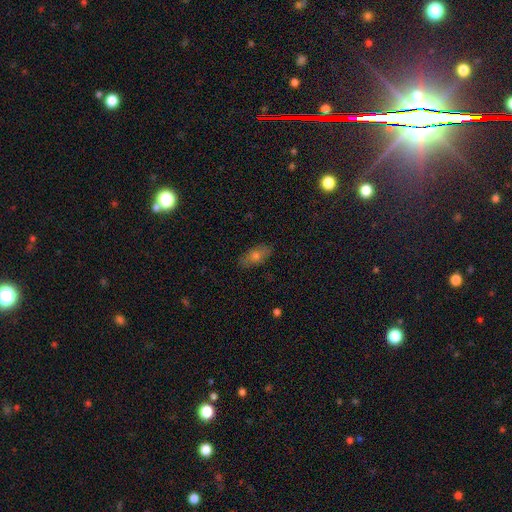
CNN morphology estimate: Smooth or featured: smooth — 64% (featured or disk — 24%)
How rounded: in between — 83% (cigar-shaped — 10%)
Merging: none — 85% (minor disturbance — 11%)